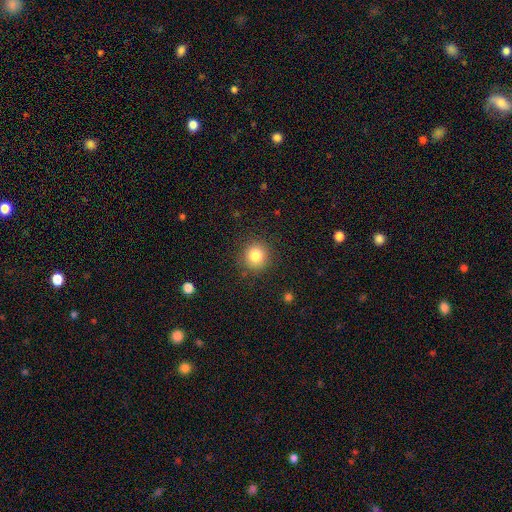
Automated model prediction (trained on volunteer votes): smooth_or_featured: smooth (p=0.82) [alt: star or artifact p=0.11]
how_rounded: round (p=0.92) [alt: in between p=0.07]
merging: none (p=0.89) [alt: minor disturbance p=0.07]